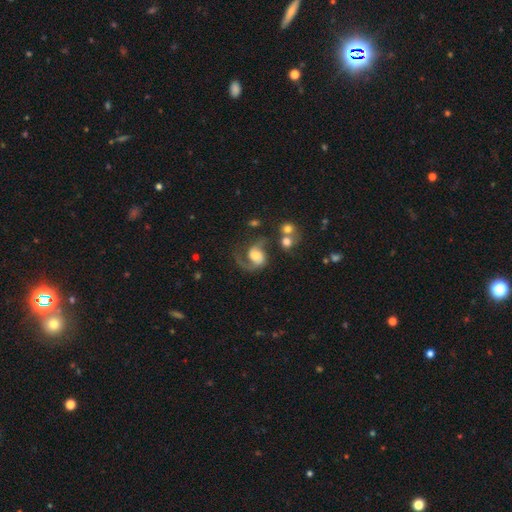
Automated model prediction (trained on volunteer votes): smooth-or-featured: featured or disk: 77% | smooth: 16% | star or artifact: 7%
  disk-edge-on: no: 98% | yes: 2%
    bar: no: 59% | weak: 32% | strong: 9%
    has-spiral-arms: yes: 94% | no: 6%
      spiral-winding: loose: 45% | medium: 44% | tight: 11%
      spiral-arm-count: 2: 61% | 1: 34% | can't tell: 3% | 3: 1% | 4: 1% | more than 4: 1%
    bulge-size: moderate: 45% | large: 28% | small: 17% | none: 5% | dominant: 5%
  merging: none: 43% | major disturbance: 30% | minor disturbance: 18% | merger: 9%